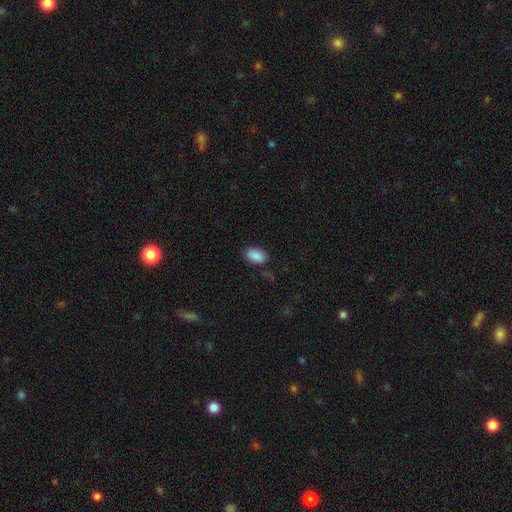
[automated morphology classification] Smooth or featured: smooth — 89% (star or artifact — 8%)
How rounded: in between — 91% (round — 8%)
Merging: none — 82% (minor disturbance — 13%)